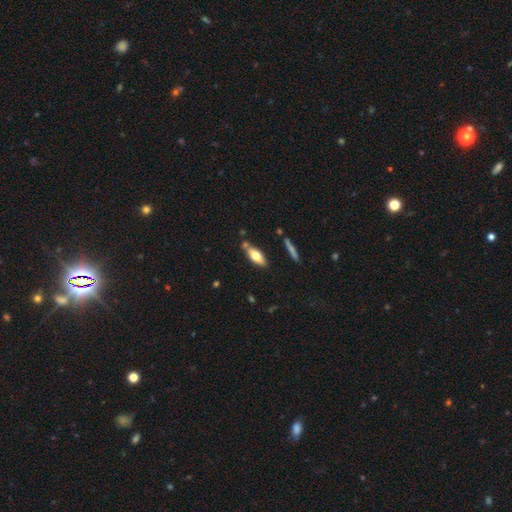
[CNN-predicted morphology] Overall: smooth (64%; featured or disk 30%). How rounded: in between (70%). Merging: none (73%).